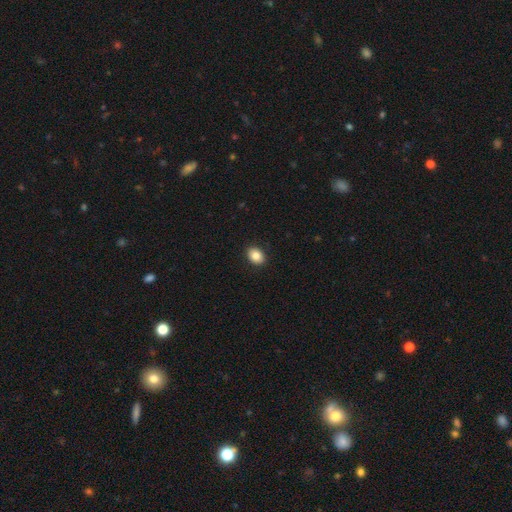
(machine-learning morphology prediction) smooth-or-featured: smooth: 85% | star or artifact: 9% | featured or disk: 7%
  how-rounded: in between: 67% | round: 32% | cigar-shaped: 1%
  merging: none: 90% | minor disturbance: 7% | major disturbance: 2% | merger: 1%